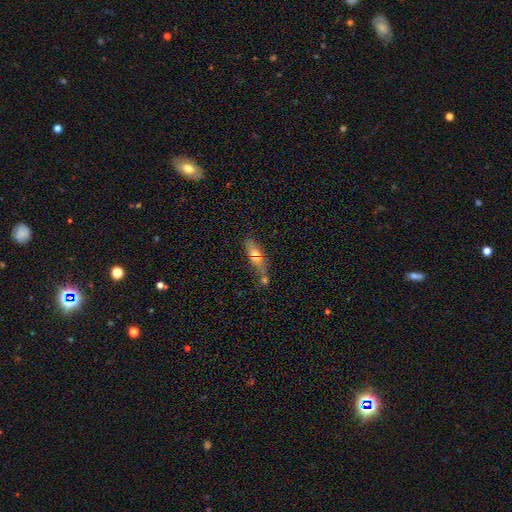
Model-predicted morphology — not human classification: A smooth galaxy with no disk features (57%) that is in between round and cigar-shaped (63%). Merging: none (55%).